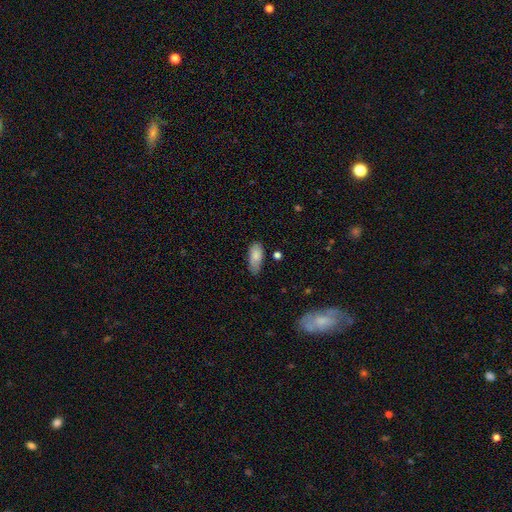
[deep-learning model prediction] A smooth galaxy with no disk features (83%) that is in between round and cigar-shaped (85%).

Vote fractions:
- Smooth or featured? smooth: 83% / featured or disk: 10% / star or artifact: 7%
- How rounded? in between: 85% / cigar-shaped: 12% / round: 2%
- Merging? none: 66% / minor disturbance: 26% / major disturbance: 5% / merger: 3%